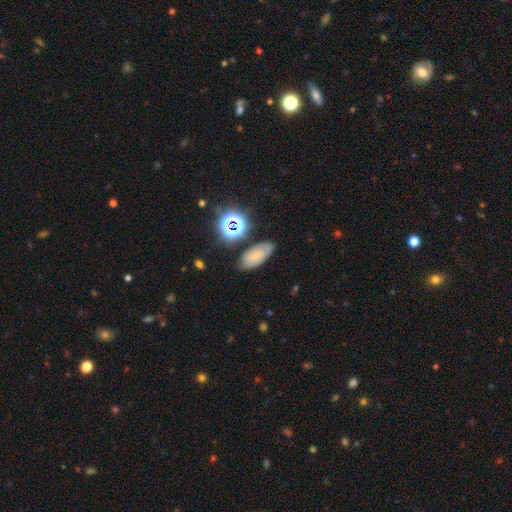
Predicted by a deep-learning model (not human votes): This appears to be a smooth galaxy with no disk features (53%) that is in between round and cigar-shaped (85%). Merging: none (76%).